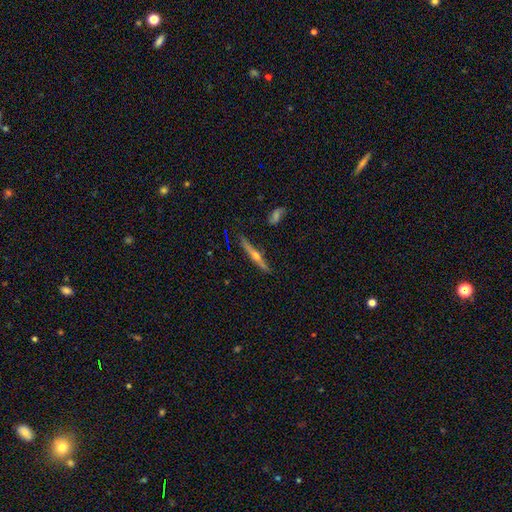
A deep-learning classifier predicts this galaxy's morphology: Smooth or featured? Predicted: featured or disk (p=0.75). Edge-on disk? Predicted: yes (p=0.97). Edge-on bulge? Predicted: rounded (p=0.92). Merging? Predicted: none (p=0.86).